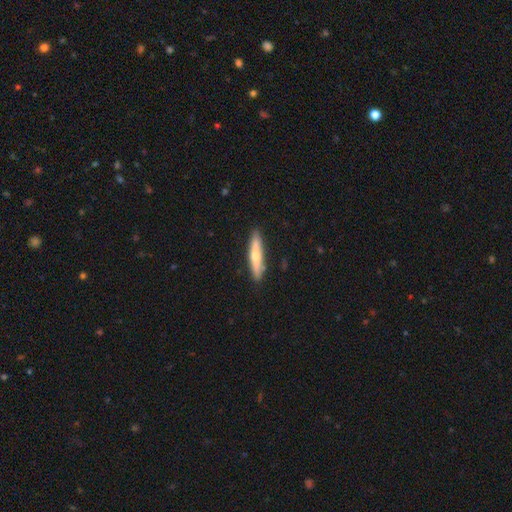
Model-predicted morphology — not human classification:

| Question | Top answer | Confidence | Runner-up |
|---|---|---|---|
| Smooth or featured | smooth | 54% | featured or disk (40%) |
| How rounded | cigar-shaped | 87% | in between (12%) |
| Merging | none | 87% | minor disturbance (9%) |